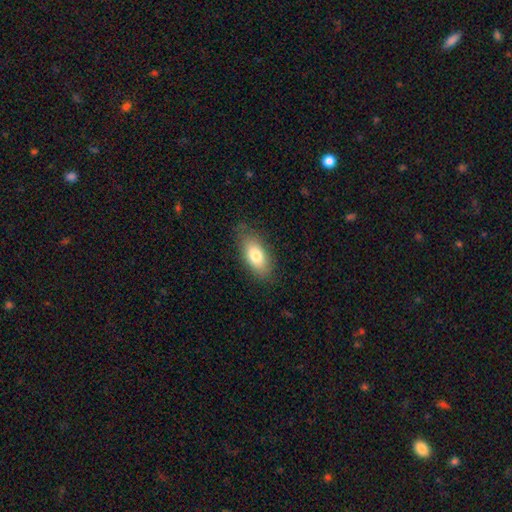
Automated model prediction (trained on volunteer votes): This is likely a smooth galaxy (77%). How rounded: clearly in between (86%). Merging: likely none (79%).